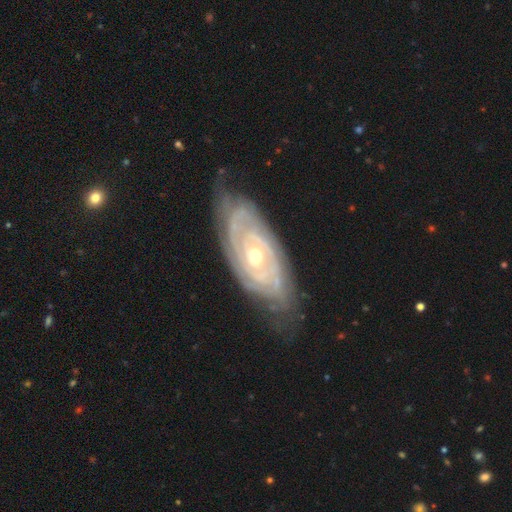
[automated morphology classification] smooth-or-featured: featured or disk: 89% | smooth: 6% | star or artifact: 5%
  disk-edge-on: no: 92% | yes: 8%
    bar: no: 72% | weak: 19% | strong: 8%
    has-spiral-arms: yes: 95% | no: 5%
      spiral-winding: tight: 81% | medium: 15% | loose: 3%
      spiral-arm-count: can't tell: 33% | 2: 28% | 3: 17% | 4: 9% | more than 4: 7% | 1: 5%
    bulge-size: moderate: 60% | small: 36% | large: 2% | dominant: 1% | none: 1%
  merging: none: 74% | minor disturbance: 18% | major disturbance: 6% | merger: 1%